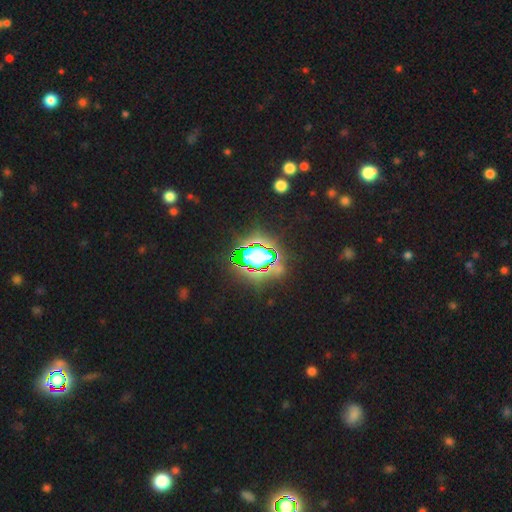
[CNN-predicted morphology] smooth-or-featured: star or artifact: 71% | smooth: 17% | featured or disk: 12%